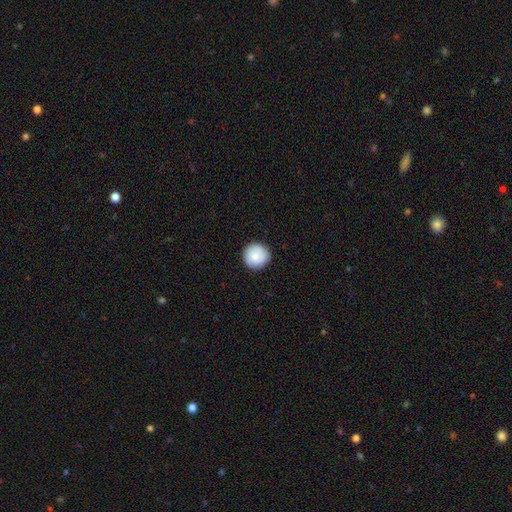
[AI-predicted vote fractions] smooth-or-featured: smooth: 84% | featured or disk: 9% | star or artifact: 7%
  how-rounded: round: 95% | in between: 4% | cigar-shaped: 1%
  merging: none: 90% | minor disturbance: 8% | major disturbance: 2% | merger: 1%